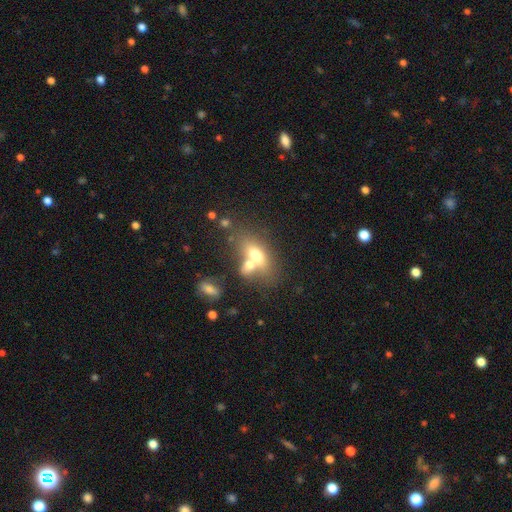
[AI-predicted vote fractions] Q: Smooth or featured?
A: smooth (64%); runner-up: featured or disk (26%)
Q: How rounded?
A: in between (75%); runner-up: round (15%)
Q: Merging?
A: merger (55%); runner-up: none (30%)